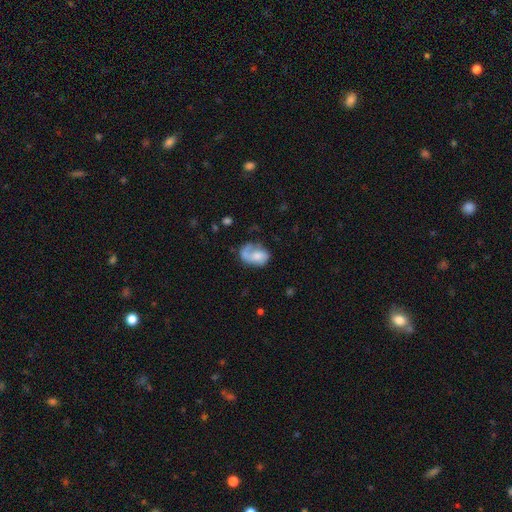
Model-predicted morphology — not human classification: A featured or disk galaxy (49%).

Vote fractions:
- Smooth or featured? featured or disk: 49% / smooth: 44% / star or artifact: 7%
- Merging? none: 37% / major disturbance: 32% / minor disturbance: 24% / merger: 7%